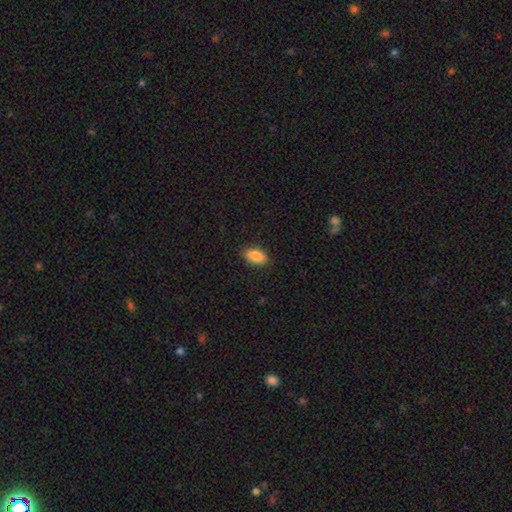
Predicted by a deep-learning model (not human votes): A smooth galaxy with no disk features (87%) that is in between round and cigar-shaped (92%). Merging: none (88%).